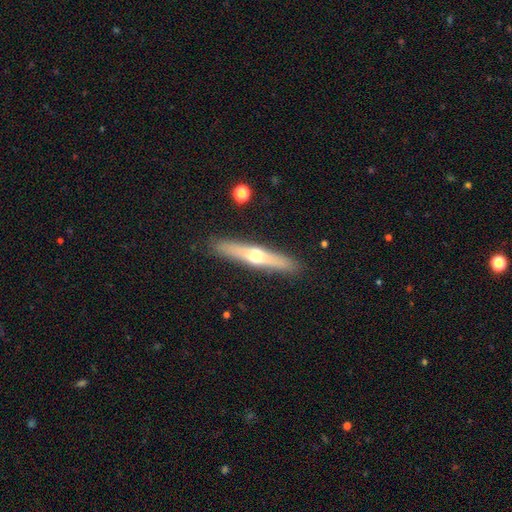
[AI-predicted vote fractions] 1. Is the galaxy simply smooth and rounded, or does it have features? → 57% featured or disk, 37% smooth, 6% star or artifact.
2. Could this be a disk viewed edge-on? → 93% yes, 7% no.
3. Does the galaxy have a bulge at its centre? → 89% rounded, 8% none, 3% boxy.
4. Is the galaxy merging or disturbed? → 90% none, 7% minor disturbance, 2% major disturbance, 1% merger.